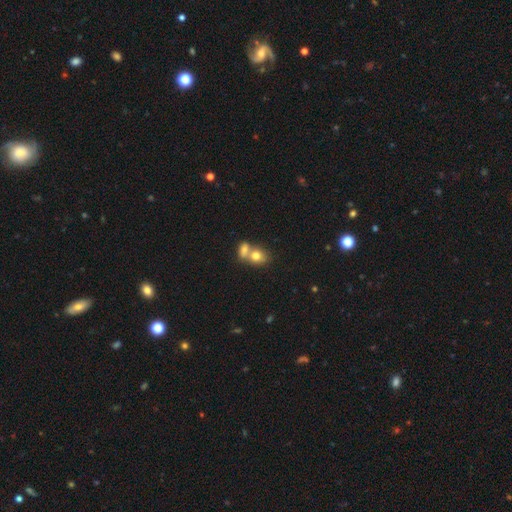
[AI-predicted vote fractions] This is likely a smooth galaxy (77%). How rounded: possibly in between (52%). Merging: likely merger (66%).